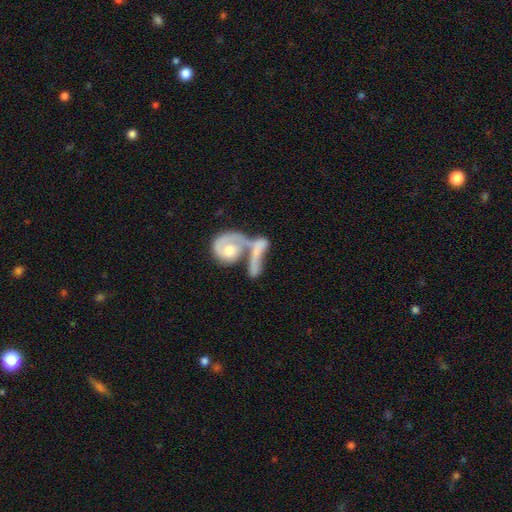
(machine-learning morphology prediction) type=featured or disk (52%); edge-on=no (82%); merging=merger (59%).